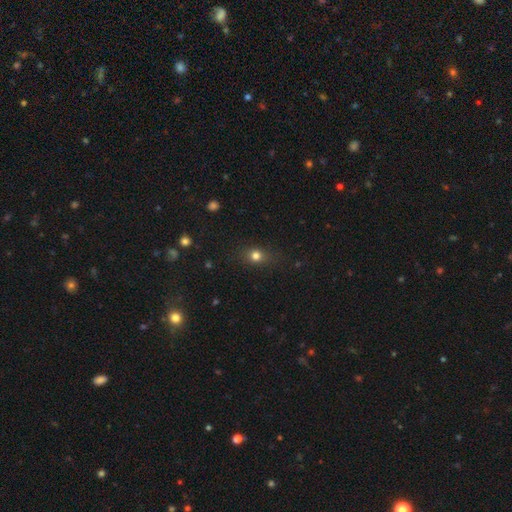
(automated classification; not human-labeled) Smooth or featured?
  - smooth: 76% *
  - star or artifact: 15%
  - featured or disk: 9%
How rounded?
  - round: 58% *
  - in between: 39%
  - cigar-shaped: 4%
Merging?
  - none: 81% *
  - minor disturbance: 13%
  - major disturbance: 4%
  - merger: 1%